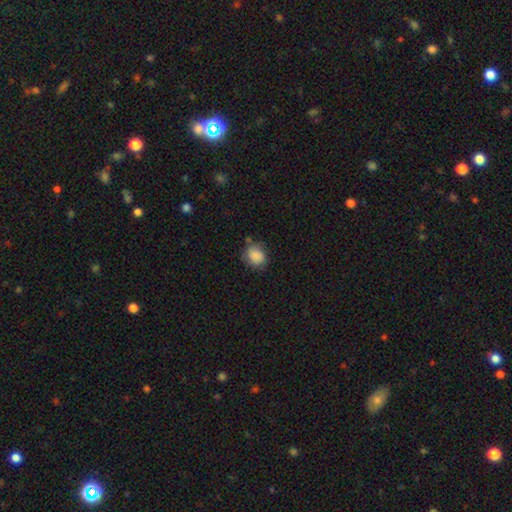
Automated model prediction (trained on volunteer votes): Smooth or featured? smooth (85%)
How rounded? round (60%)
Merging? none (64%)